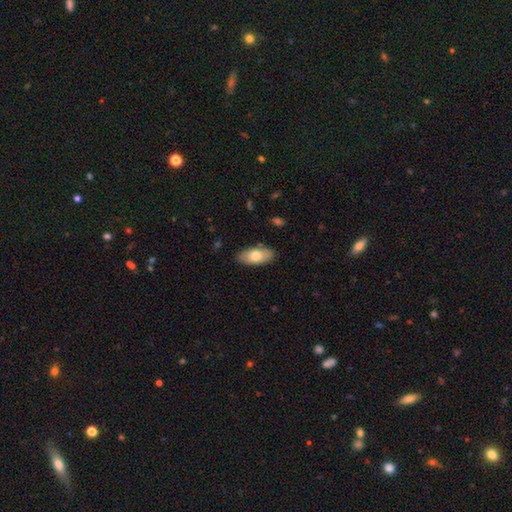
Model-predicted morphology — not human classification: Smooth or featured? smooth (73%)
How rounded? in between (91%)
Merging? none (85%)